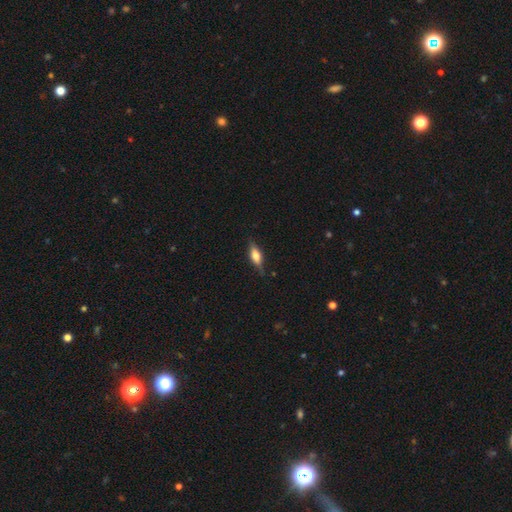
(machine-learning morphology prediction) This appears to be a smooth galaxy with no disk features (51%) that is in between round and cigar-shaped (63%). Merging: none (76%).